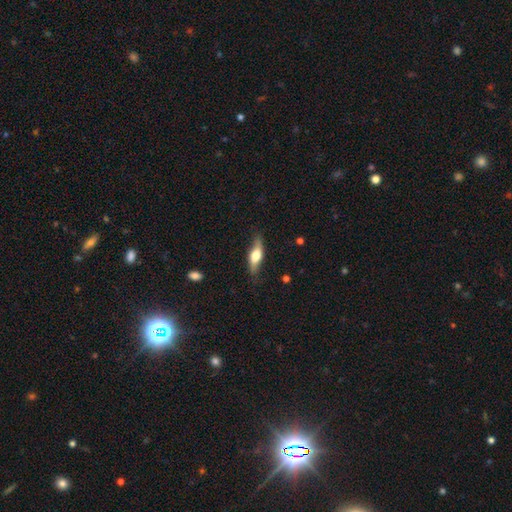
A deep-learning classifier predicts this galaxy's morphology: Overall: smooth (52%; featured or disk 42%). How rounded: in between (53%; cigar-shaped 43%). Merging: none (76%).